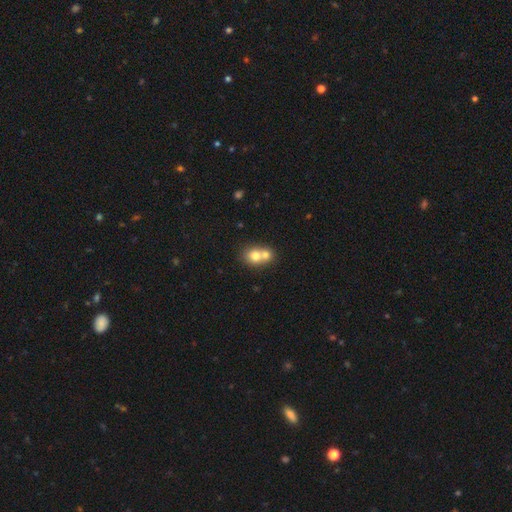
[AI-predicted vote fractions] Morphology: type=smooth (72%); roundness=round (69%); merging=merger (66%).